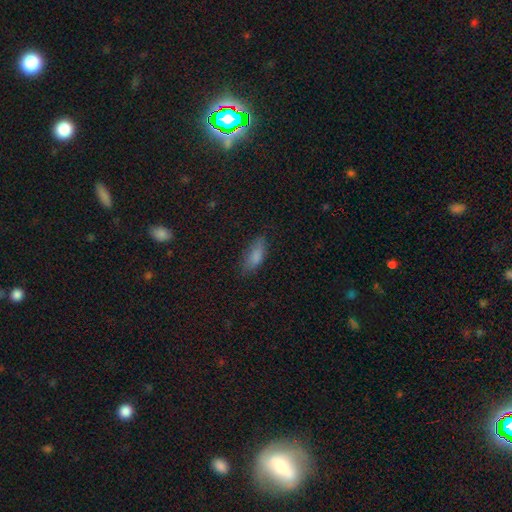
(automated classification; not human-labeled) A smooth galaxy with no disk features (83%) that is in between round and cigar-shaped (78%). Merging: none (74%).